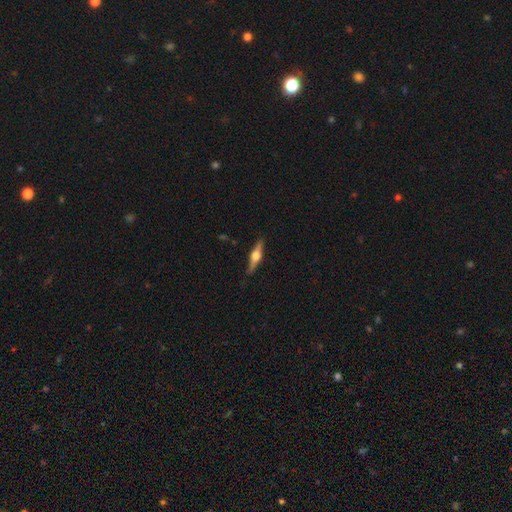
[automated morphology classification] type=featured or disk (73%); edge-on=yes (97%); edge-on bulge=rounded (94%); merging=none (88%).